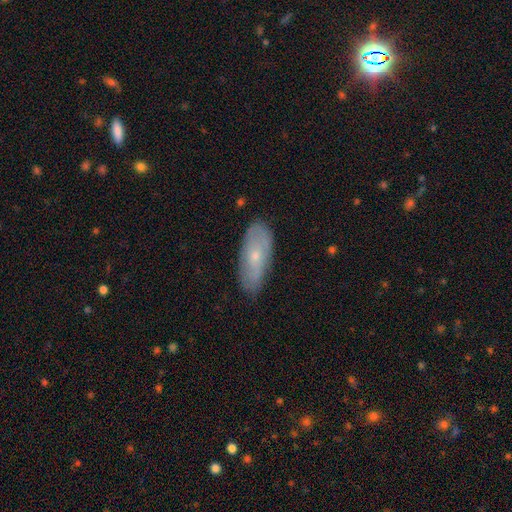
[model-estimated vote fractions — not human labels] A smooth galaxy with no disk features (50%) that is in between round and cigar-shaped (78%).

Vote fractions:
- Smooth or featured? smooth: 50% / featured or disk: 43% / star or artifact: 7%
- How rounded? in between: 78% / cigar-shaped: 19% / round: 3%
- Merging? none: 81% / minor disturbance: 15% / major disturbance: 3% / merger: 1%